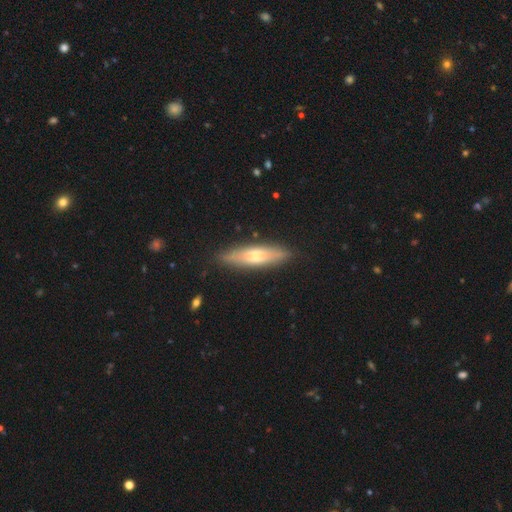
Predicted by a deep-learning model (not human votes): smooth-or-featured: smooth: 52% | featured or disk: 42% | star or artifact: 6%
  how-rounded: cigar-shaped: 72% | in between: 26% | round: 2%
  merging: none: 87% | minor disturbance: 10% | major disturbance: 2% | merger: 1%